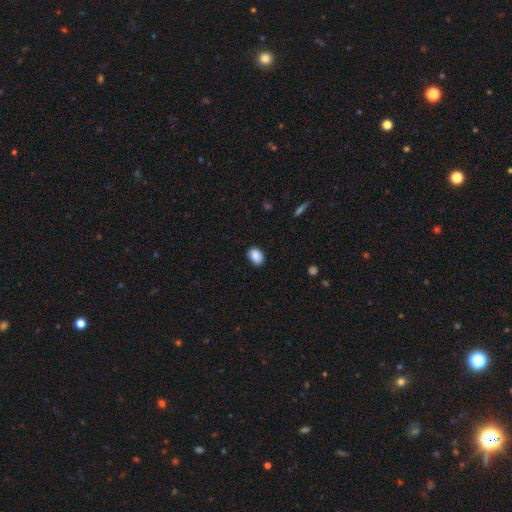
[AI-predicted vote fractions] This appears to be a smooth galaxy with no disk features (89%) that is in between round and cigar-shaped (80%). Merging: none (85%).